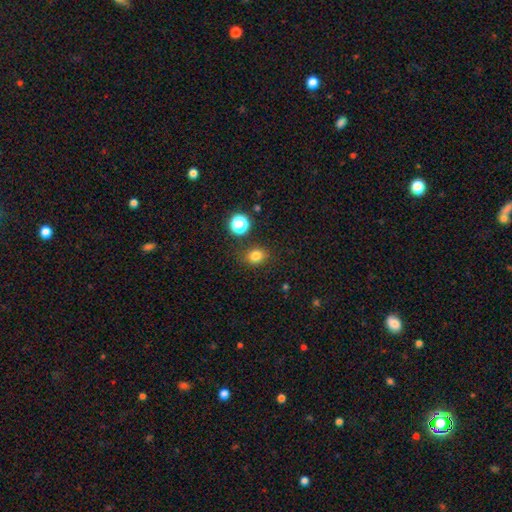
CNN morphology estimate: Overall: smooth (79%). How rounded: round (59%; in between 40%). Merging: none (82%).